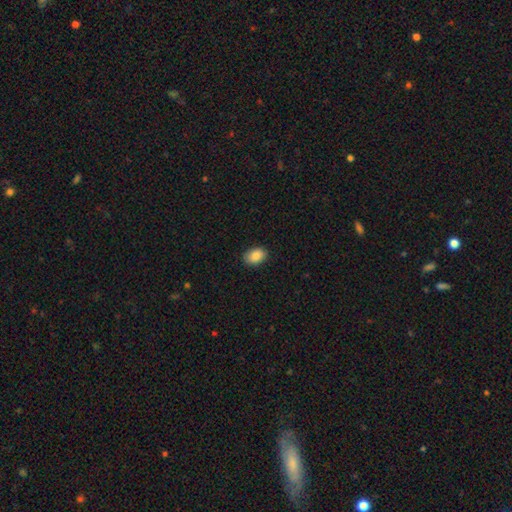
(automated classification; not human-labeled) This is clearly a smooth galaxy (88%). How rounded: clearly in between (84%). Merging: clearly none (87%).